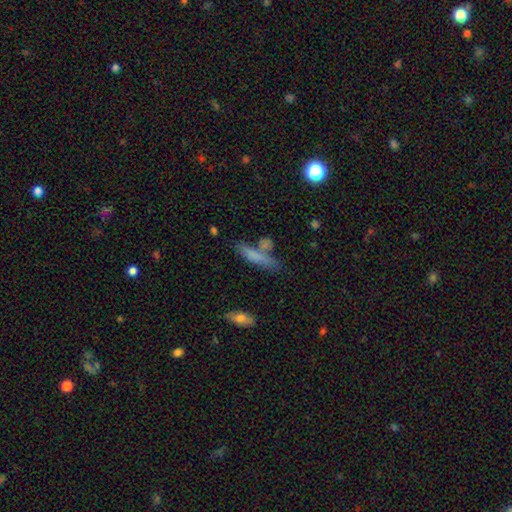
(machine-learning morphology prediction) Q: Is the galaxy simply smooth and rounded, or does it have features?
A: smooth — 70%.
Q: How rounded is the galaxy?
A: cigar-shaped — 77%.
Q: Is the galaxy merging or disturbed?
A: none — 60%.